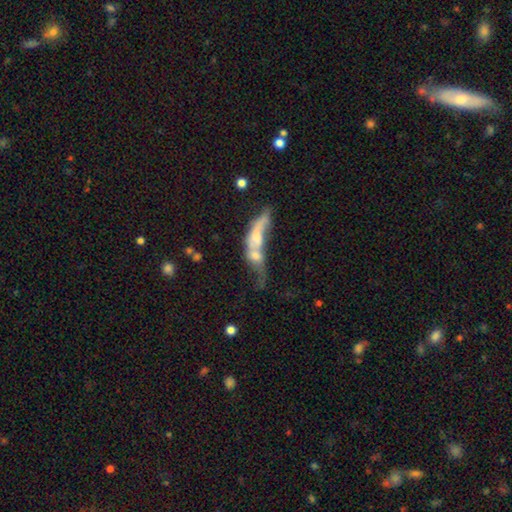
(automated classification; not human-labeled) A featured or disk galaxy (45%, tied with smooth). Merging: merger (72%).